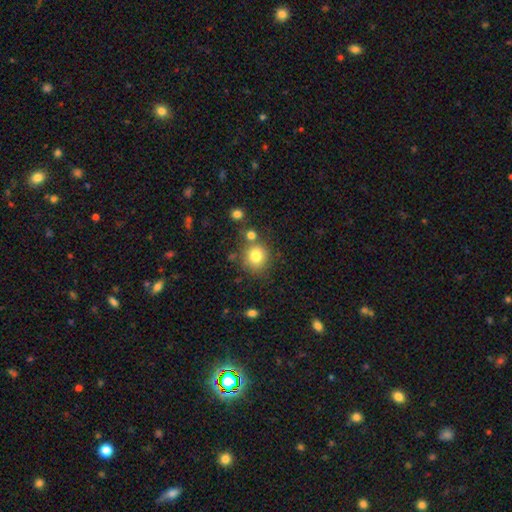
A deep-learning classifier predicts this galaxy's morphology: This is likely a smooth galaxy (79%). How rounded: clearly round (87%). Merging: likely none (72%).